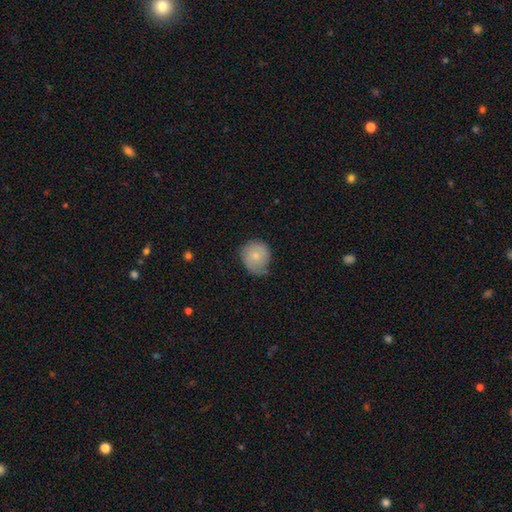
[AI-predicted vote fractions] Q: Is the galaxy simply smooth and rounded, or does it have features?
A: smooth — 69%.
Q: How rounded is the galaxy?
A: round — 83%.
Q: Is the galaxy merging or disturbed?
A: none — 53%.